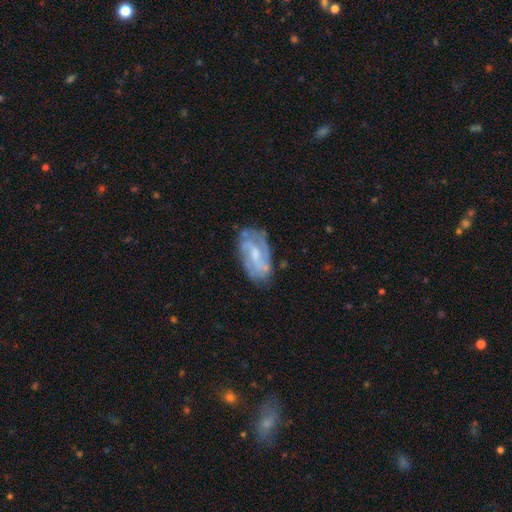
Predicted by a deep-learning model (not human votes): Morphology: type=featured or disk (77%); edge-on=no (96%); bar=weak (53%); spiral arms=yes (89%); winding=medium (45%); arm count=2 (55%); bulge=small (45%); merging=none (69%).